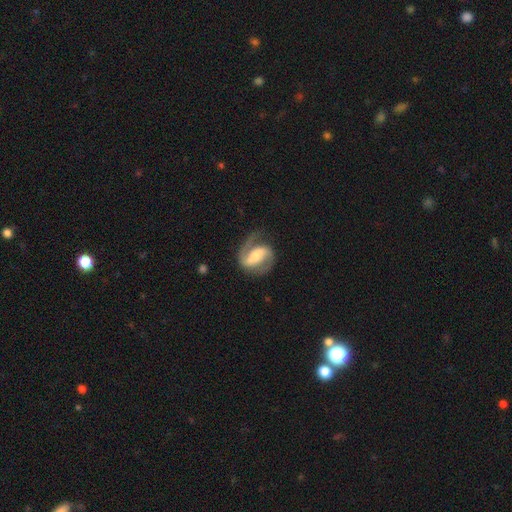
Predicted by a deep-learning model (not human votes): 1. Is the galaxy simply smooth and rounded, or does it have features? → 85% featured or disk, 10% smooth, 4% star or artifact.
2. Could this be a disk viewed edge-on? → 97% no, 3% yes.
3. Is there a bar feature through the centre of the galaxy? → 50% strong, 32% weak, 19% no.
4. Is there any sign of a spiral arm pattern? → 96% yes, 4% no.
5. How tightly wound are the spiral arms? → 51% medium, 25% loose, 24% tight.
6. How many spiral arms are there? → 87% 2, 7% 1, 3% can't tell, 1% 3, 1% 4, 1% more than 4.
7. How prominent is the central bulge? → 49% moderate, 31% small, 14% large, 4% none, 2% dominant.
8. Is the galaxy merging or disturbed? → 71% none, 17% minor disturbance, 11% major disturbance, 2% merger.